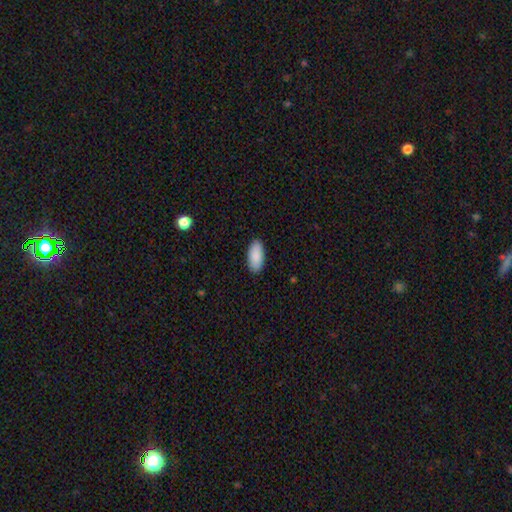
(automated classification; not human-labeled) This appears to be a smooth galaxy with no disk features (90%) that is in between round and cigar-shaped (93%). Merging: none (89%).